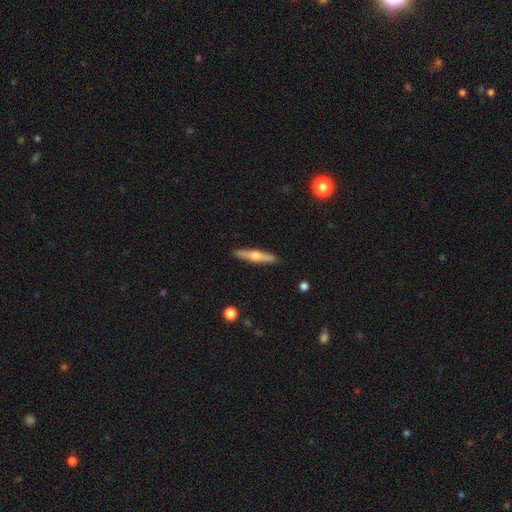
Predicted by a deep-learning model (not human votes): The model was most divided on "smooth or featured": featured or disk: 55%, smooth: 39%, star or artifact: 6%. More confident: edge-on disk — yes (95%); merging — none (91%); edge-on bulge — rounded (91%).